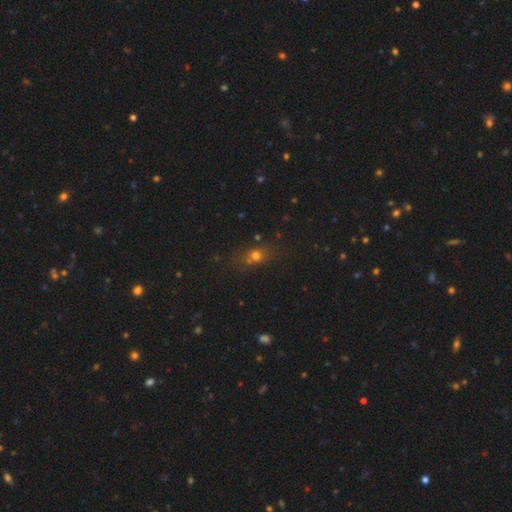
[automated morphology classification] The model was most divided on "how rounded": round: 51%, in between: 43%, cigar-shaped: 6%. More confident: merging — none (66%); smooth or featured — smooth (65%).